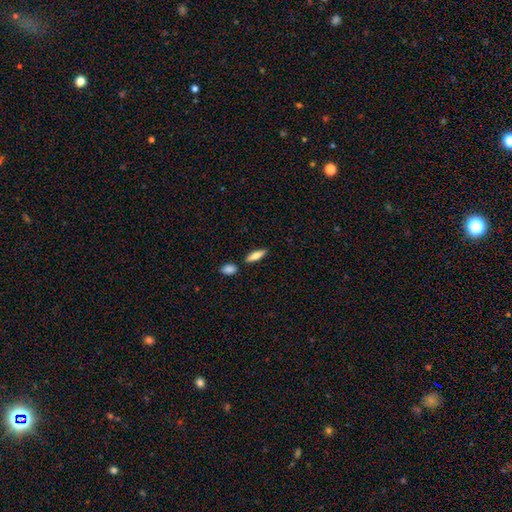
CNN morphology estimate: smooth_or_featured: smooth (p=0.71) [alt: featured or disk p=0.23]
how_rounded: in between (p=0.51) [alt: cigar-shaped p=0.46]
merging: none (p=0.81) [alt: minor disturbance p=0.09]